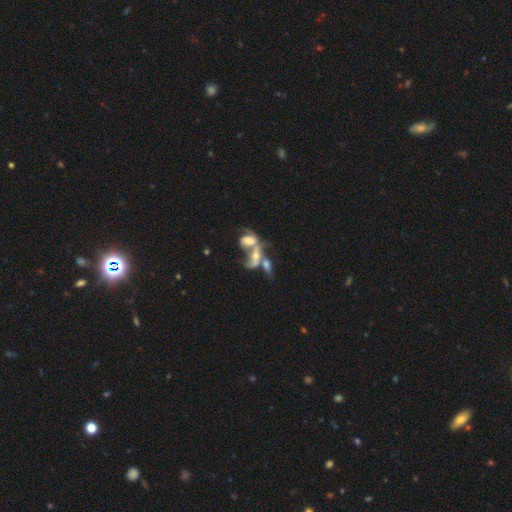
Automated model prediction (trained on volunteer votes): This is possibly a featured or disk galaxy (56%). It is clearly not viewed edge-on (89%). Bar: likely no (71%). Spiral arm pattern: possibly no (54%). Central bulge: marginally moderate (40%). Merging: likely merger (73%).